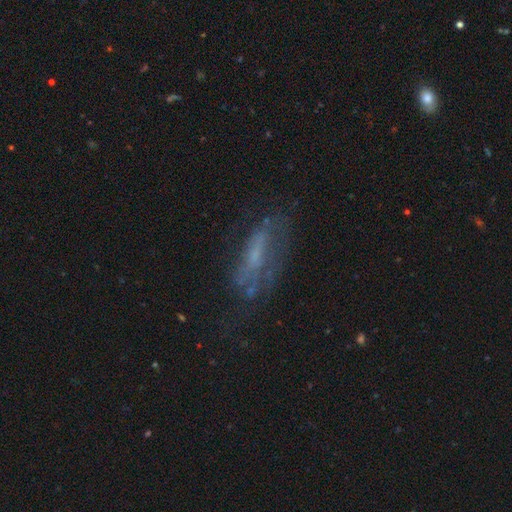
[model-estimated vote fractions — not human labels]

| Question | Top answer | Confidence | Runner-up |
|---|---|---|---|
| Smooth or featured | featured or disk | 51% | smooth (34%) |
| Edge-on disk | no | 79% | yes (21%) |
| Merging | none | 54% | minor disturbance (23%) |